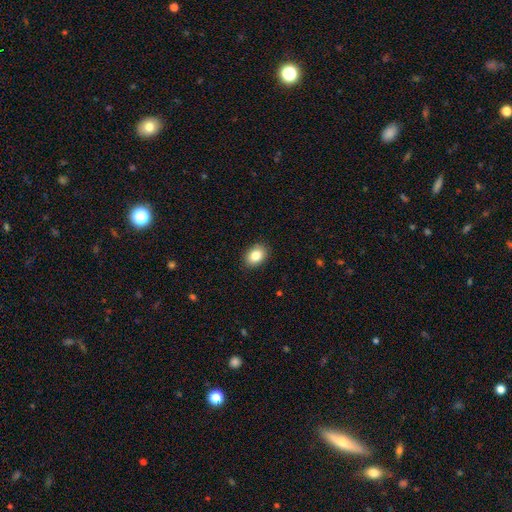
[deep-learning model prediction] Q: Smooth or featured?
A: smooth (85%); runner-up: star or artifact (8%)
Q: How rounded?
A: in between (72%); runner-up: round (27%)
Q: Merging?
A: none (89%); runner-up: minor disturbance (8%)